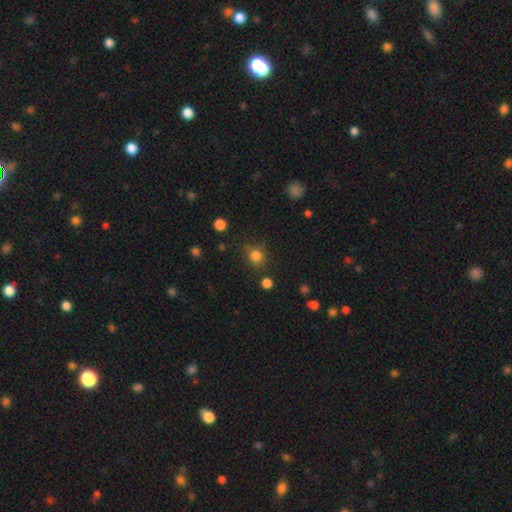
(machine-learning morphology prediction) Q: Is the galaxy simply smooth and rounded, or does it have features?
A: smooth — 81%.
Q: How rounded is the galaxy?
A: round — 84%.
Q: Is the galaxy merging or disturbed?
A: none — 77%.